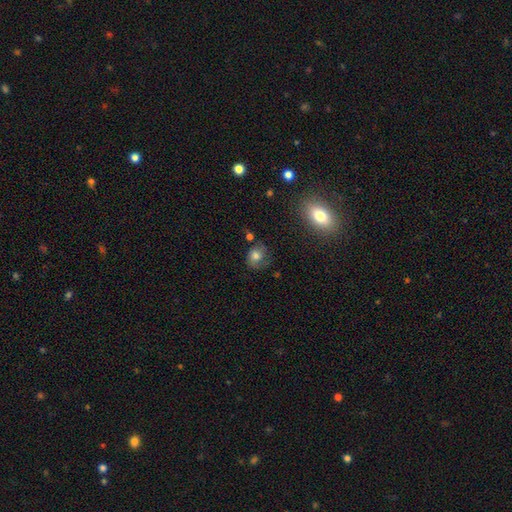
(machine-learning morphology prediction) This is likely a smooth galaxy (65%). How rounded: likely round (62%). Merging: possibly none (53%).